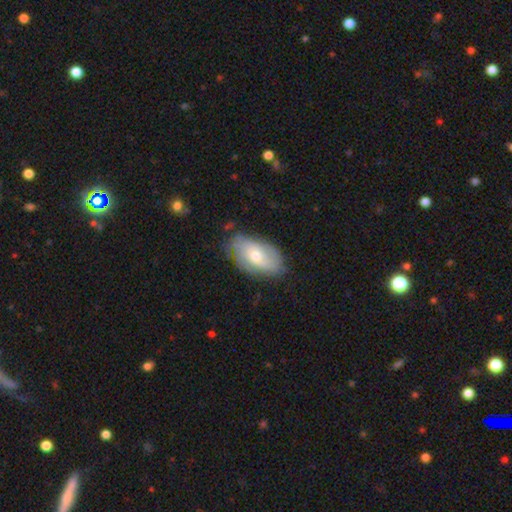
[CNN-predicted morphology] A featured or disk galaxy (48%).

Vote fractions:
- Smooth or featured? featured or disk: 48% / smooth: 45% / star or artifact: 7%
- Merging? none: 72% / minor disturbance: 21% / major disturbance: 5% / merger: 2%